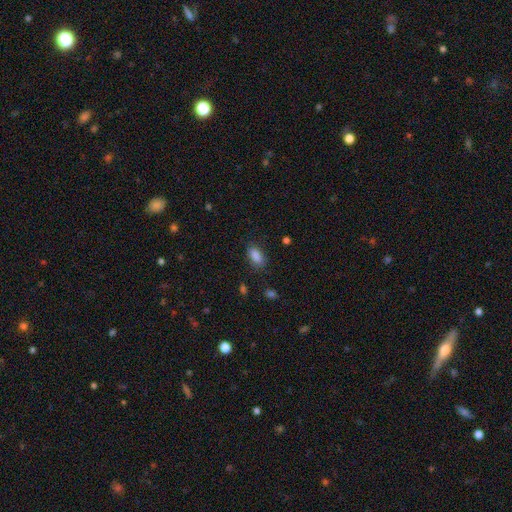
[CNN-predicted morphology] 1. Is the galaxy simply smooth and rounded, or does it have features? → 87% smooth, 9% star or artifact, 4% featured or disk.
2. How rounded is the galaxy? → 89% in between, 6% cigar-shaped, 4% round.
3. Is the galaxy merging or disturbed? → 82% none, 13% minor disturbance, 4% major disturbance, 1% merger.